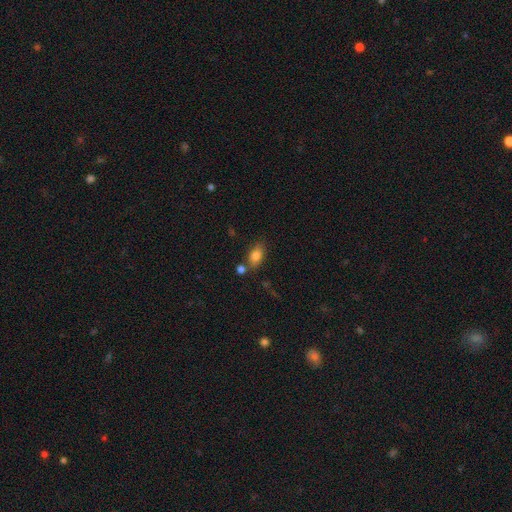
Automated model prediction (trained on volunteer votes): Morphology: type=smooth (82%); roundness=in between (85%); merging=none (70%).